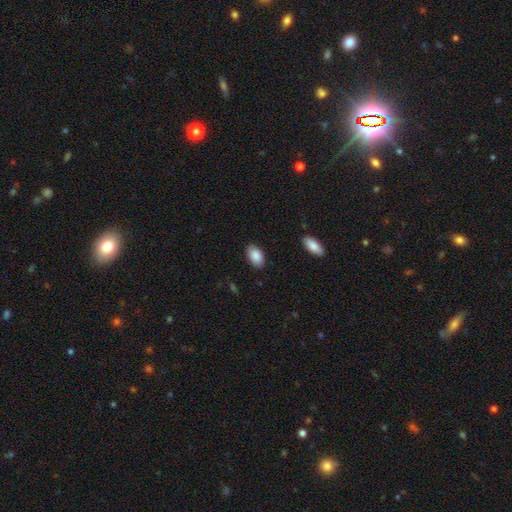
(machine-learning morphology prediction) A smooth galaxy with no disk features (89%) that is in between round and cigar-shaped (93%). Merging: none (85%).